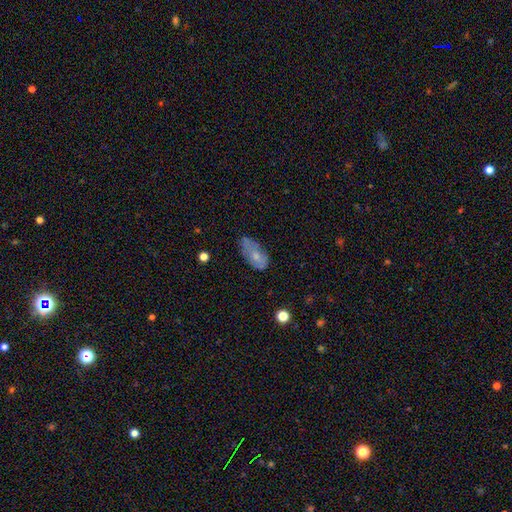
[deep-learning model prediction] smooth_or_featured: smooth (p=0.58) [alt: featured or disk p=0.33]
how_rounded: in between (p=0.89) [alt: cigar-shaped p=0.06]
merging: none (p=0.50) [alt: minor disturbance p=0.33]